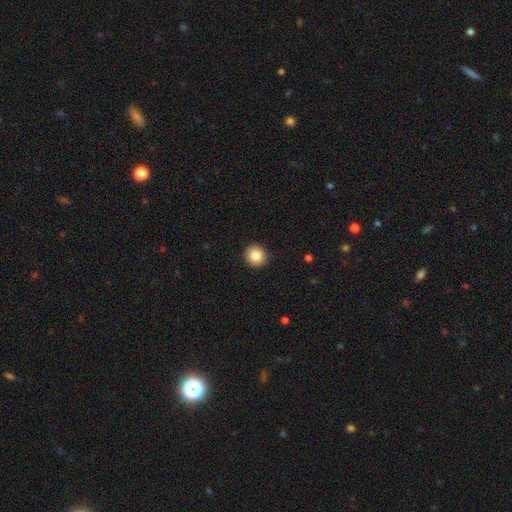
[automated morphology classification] A smooth galaxy with no disk features (86%) that is round (93%).

Vote fractions:
- Smooth or featured? smooth: 86% / star or artifact: 9% / featured or disk: 5%
- How rounded? round: 93% / in between: 6% / cigar-shaped: 1%
- Merging? none: 91% / minor disturbance: 7% / major disturbance: 2% / merger: 1%